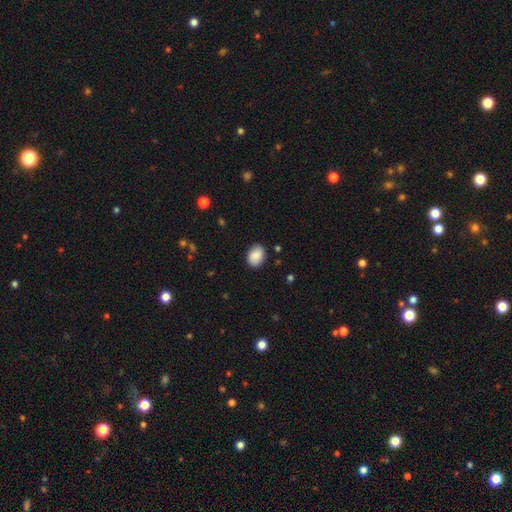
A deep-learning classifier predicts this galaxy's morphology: Q: Smooth or featured?
A: smooth (88%); runner-up: star or artifact (7%)
Q: How rounded?
A: in between (74%); runner-up: round (25%)
Q: Merging?
A: none (86%); runner-up: minor disturbance (10%)